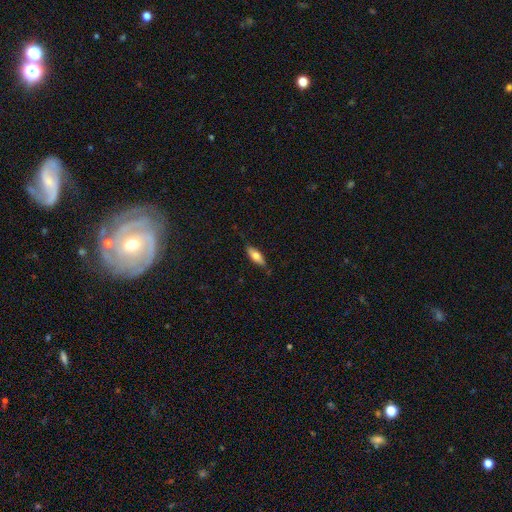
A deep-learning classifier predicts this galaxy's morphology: smooth_or_featured: smooth (p=0.70) [alt: featured or disk p=0.23]
how_rounded: in between (p=0.62) [alt: cigar-shaped p=0.36]
merging: none (p=0.82) [alt: minor disturbance p=0.15]